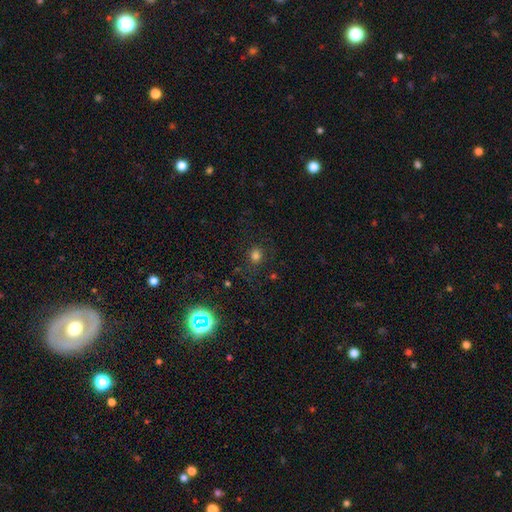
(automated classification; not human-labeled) Smooth or featured? Predicted: smooth (p=0.76). How rounded? Predicted: round (p=0.77). Merging? Predicted: none (p=0.80).